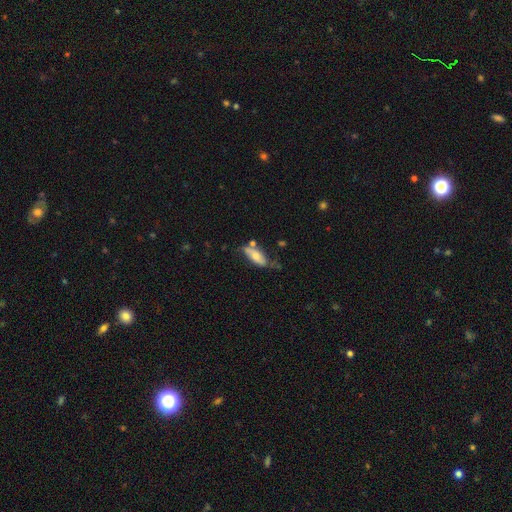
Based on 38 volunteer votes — Q: Smooth or featured?
A: smooth (58%); runner-up: featured or disk (37%)
Q: How rounded?
A: in between (82%); runner-up: cigar-shaped (14%)
Q: Merging?
A: none (50%); runner-up: minor disturbance (25%)